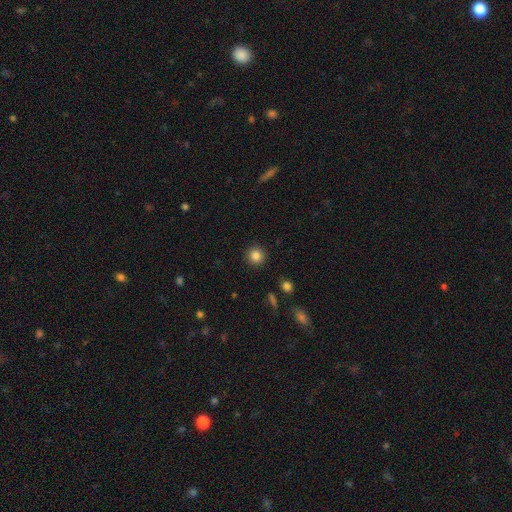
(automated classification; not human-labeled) A smooth galaxy with no disk features (85%) that is round (94%).

Vote fractions:
- Smooth or featured? smooth: 85% / star or artifact: 11% / featured or disk: 5%
- How rounded? round: 94% / in between: 5% / cigar-shaped: 1%
- Merging? none: 92% / minor disturbance: 5% / major disturbance: 2% / merger: 1%